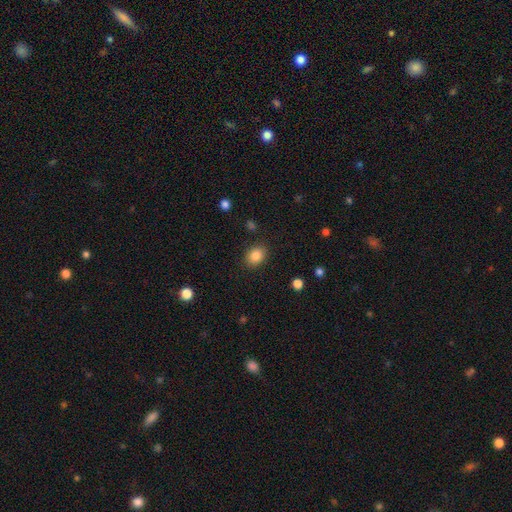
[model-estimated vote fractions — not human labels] Smooth or featured?
  - smooth: 85% *
  - star or artifact: 9%
  - featured or disk: 6%
How rounded?
  - in between: 57% *
  - round: 42%
  - cigar-shaped: 1%
Merging?
  - none: 87% *
  - minor disturbance: 9%
  - major disturbance: 3%
  - merger: 1%